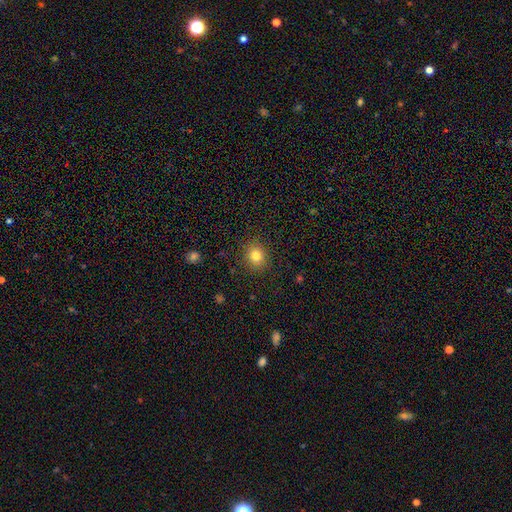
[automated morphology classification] Smooth or featured? smooth (81%)
How rounded? round (80%)
Merging? none (89%)